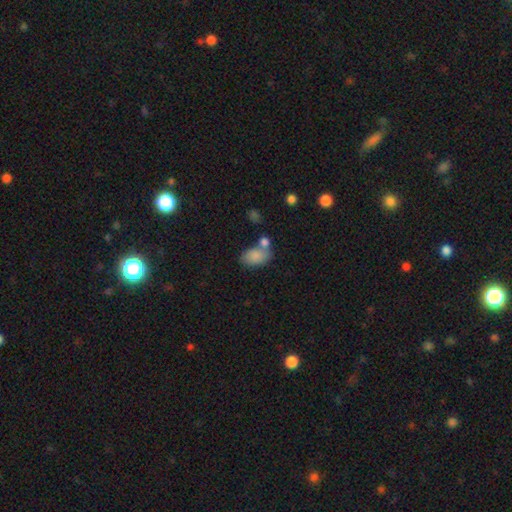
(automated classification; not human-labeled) Morphology: type=smooth (84%); roundness=in between (88%); merging=none (46%).